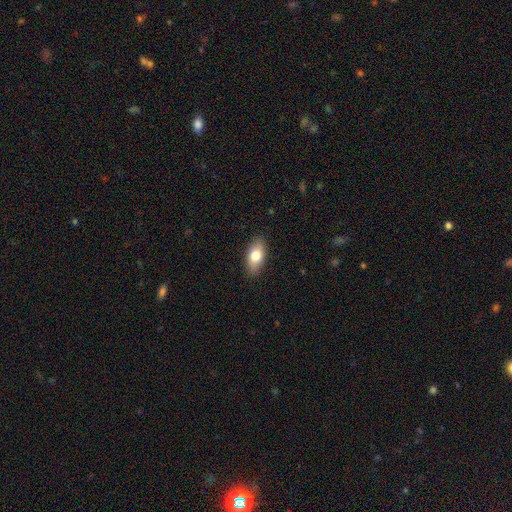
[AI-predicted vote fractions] This appears to be a smooth galaxy with no disk features (76%) that is in between round and cigar-shaped (88%). Merging: none (87%).